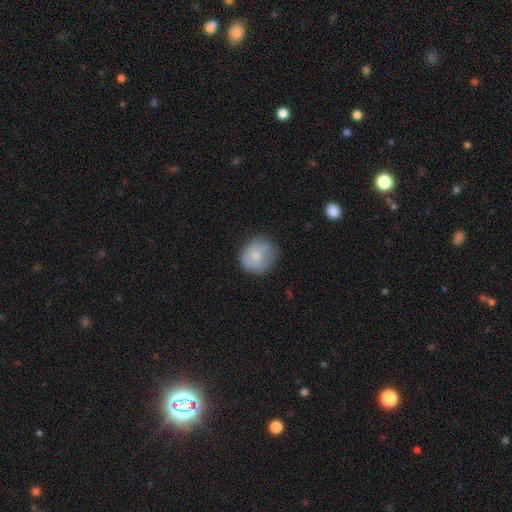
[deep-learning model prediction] smooth 75%, featured or disk 18%, star or artifact 7%. Down the decision tree: how rounded — round (79%); merging — none (64%).